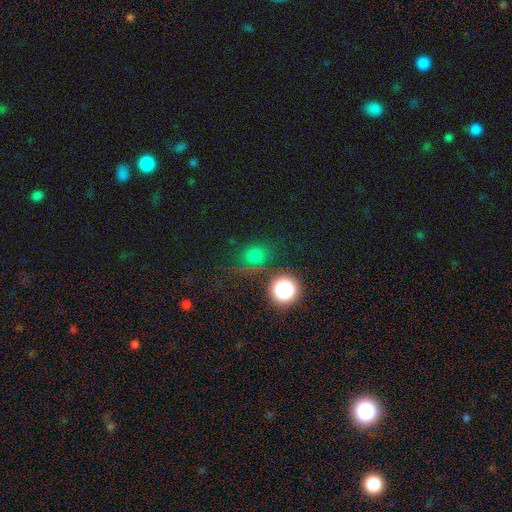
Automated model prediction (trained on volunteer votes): smooth-or-featured: smooth: 66% | star or artifact: 26% | featured or disk: 7%
  how-rounded: round: 80% | in between: 19% | cigar-shaped: 1%
  merging: none: 73% | minor disturbance: 15% | major disturbance: 8% | merger: 4%